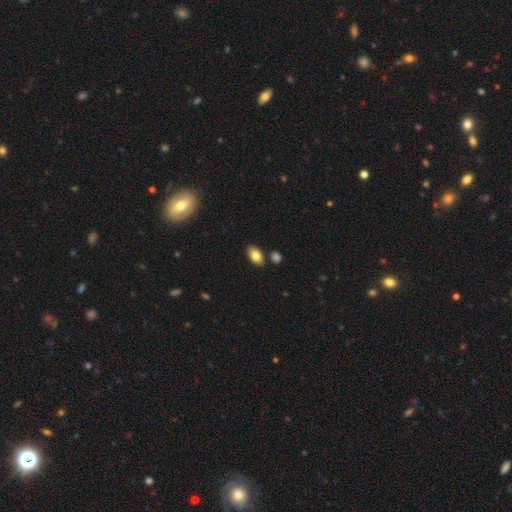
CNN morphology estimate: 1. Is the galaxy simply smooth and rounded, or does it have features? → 82% smooth, 11% featured or disk, 8% star or artifact.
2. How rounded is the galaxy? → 91% in between, 7% round, 2% cigar-shaped.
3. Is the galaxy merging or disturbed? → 82% none, 10% minor disturbance, 5% merger, 2% major disturbance.